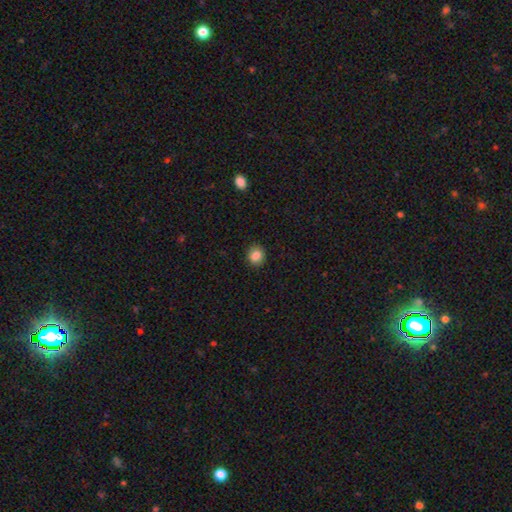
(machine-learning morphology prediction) Smooth or featured? smooth (86%)
How rounded? round (74%)
Merging? none (90%)